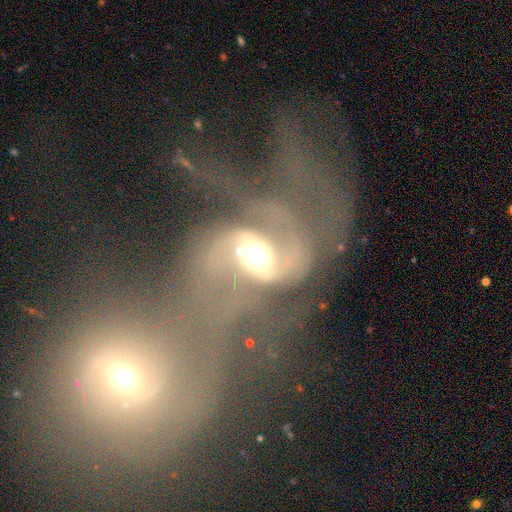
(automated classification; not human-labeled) The model was most divided on "bar": strong: 43%, weak: 36%, no: 21%. Remaining: edge-on disk — no (97%); spiral arms — yes (94%); smooth or featured — featured or disk (88%); spiral arm count — 2 (81%); bulge size — moderate (61%); spiral winding — medium (48%); merging — merger (37%).